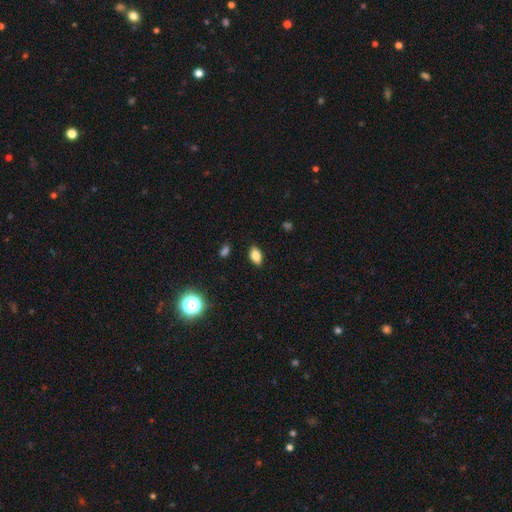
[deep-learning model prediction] smooth_or_featured: smooth (p=0.80) [alt: star or artifact p=0.10]
how_rounded: in between (p=0.88) [alt: round p=0.08]
merging: none (p=0.87) [alt: minor disturbance p=0.10]